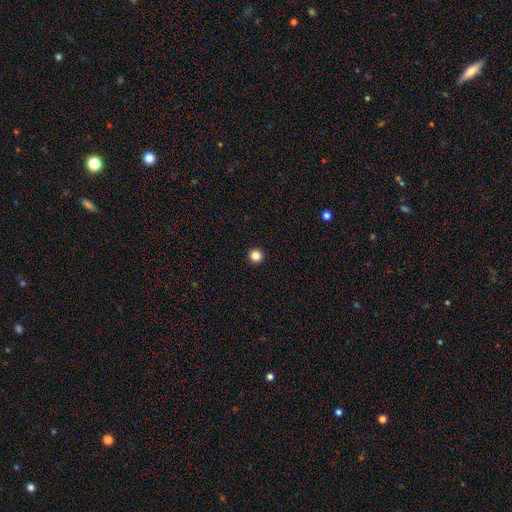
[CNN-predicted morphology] A smooth galaxy with no disk features (85%) that is round (97%).

Vote fractions:
- Smooth or featured? smooth: 85% / star or artifact: 12% / featured or disk: 3%
- How rounded? round: 97% / in between: 2% / cigar-shaped: 1%
- Merging? none: 94% / minor disturbance: 3% / major disturbance: 1% / merger: 1%